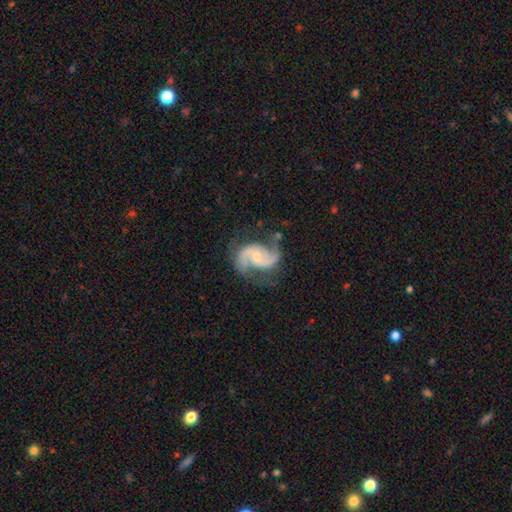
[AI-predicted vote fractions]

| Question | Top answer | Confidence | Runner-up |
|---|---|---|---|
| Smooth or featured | featured or disk | 90% | smooth (5%) |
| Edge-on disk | no | 98% | yes (2%) |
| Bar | no | 56% | weak (36%) |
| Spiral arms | yes | 98% | no (2%) |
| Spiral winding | medium | 56% | loose (27%) |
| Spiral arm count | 2 | 91% | can't tell (3%) |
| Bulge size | small | 55% | moderate (39%) |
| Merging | none | 69% | minor disturbance (19%) |